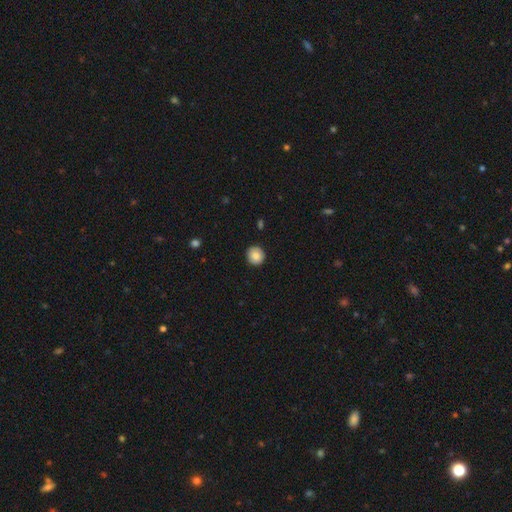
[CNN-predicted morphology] Smooth or featured?
  - smooth: 85% *
  - star or artifact: 8%
  - featured or disk: 7%
How rounded?
  - round: 92% *
  - in between: 7%
  - cigar-shaped: 1%
Merging?
  - none: 90% *
  - minor disturbance: 7%
  - major disturbance: 2%
  - merger: 1%